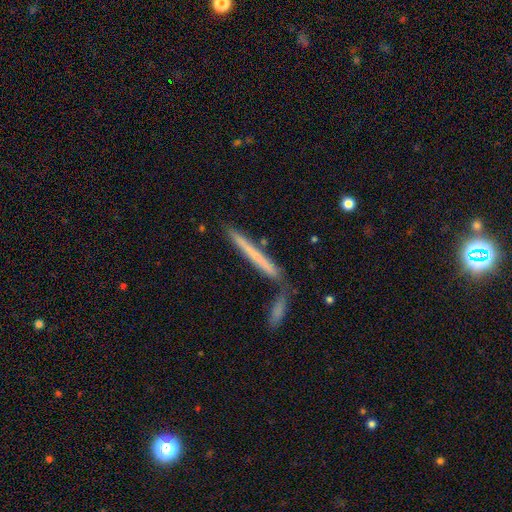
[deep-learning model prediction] smooth_or_featured: smooth (p=0.58) [alt: featured or disk p=0.35]
how_rounded: cigar-shaped (p=0.96) [alt: in between p=0.02]
merging: none (p=0.69) [alt: merger p=0.17]